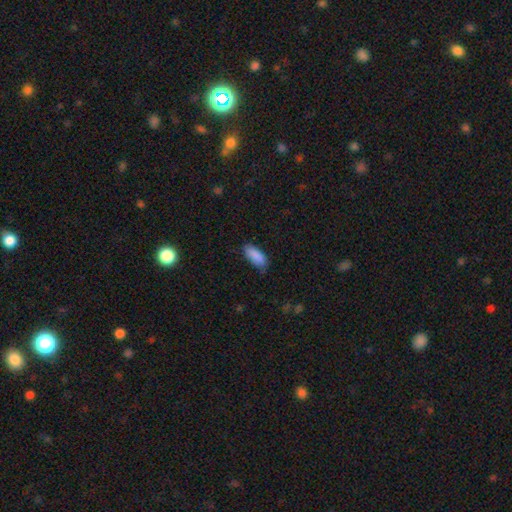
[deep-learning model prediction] Smooth or featured?
  - smooth: 89% *
  - star or artifact: 6%
  - featured or disk: 5%
How rounded?
  - in between: 80% *
  - cigar-shaped: 18%
  - round: 2%
Merging?
  - none: 74% *
  - minor disturbance: 22%
  - major disturbance: 4%
  - merger: 1%